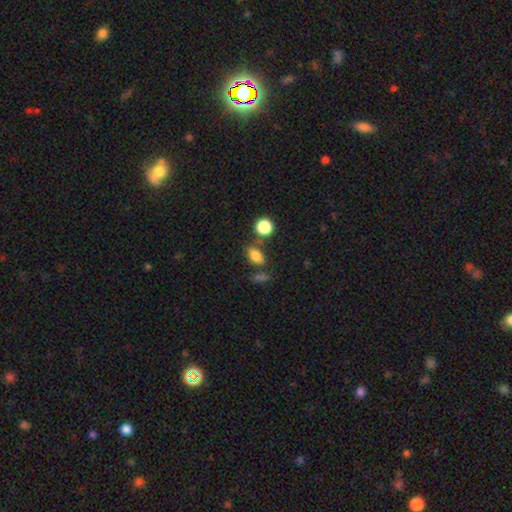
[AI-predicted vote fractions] Smooth or featured? Predicted: smooth (p=0.82). How rounded? Predicted: in between (p=0.80). Merging? Predicted: none (p=0.68).